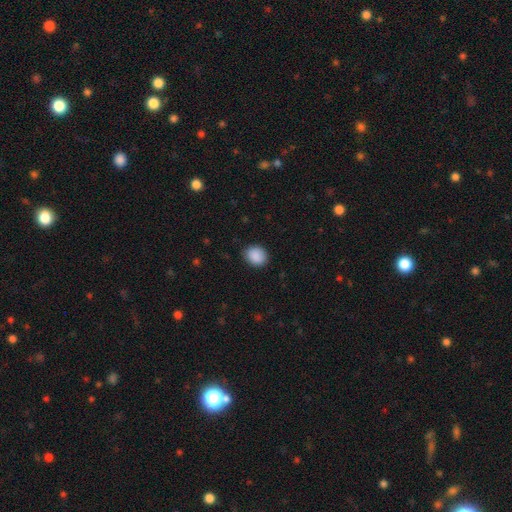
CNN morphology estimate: This is clearly a smooth galaxy (90%). How rounded: possibly round (55%). Merging: clearly none (87%).